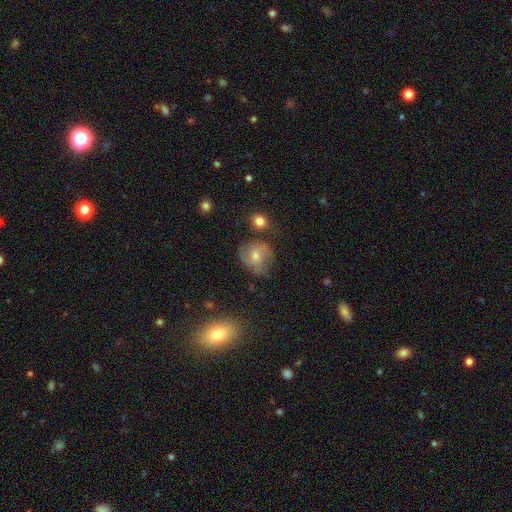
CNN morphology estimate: Overall: featured or disk (48%; smooth 42%). Merging: none (55%; minor disturbance 25%).